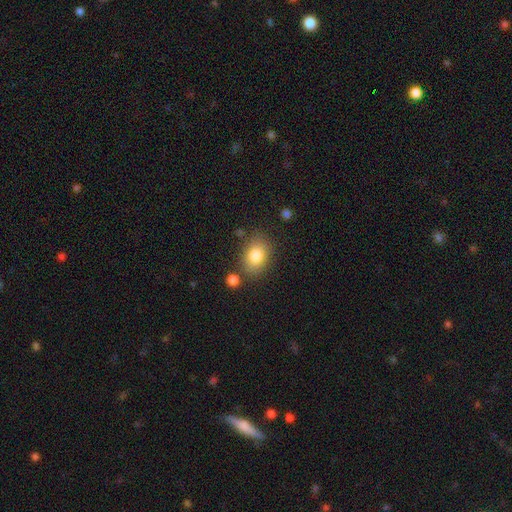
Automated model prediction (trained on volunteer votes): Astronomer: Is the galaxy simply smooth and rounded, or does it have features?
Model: smooth — 82%.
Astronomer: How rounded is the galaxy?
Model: in between — 72%.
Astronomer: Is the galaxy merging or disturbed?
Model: none — 77%.